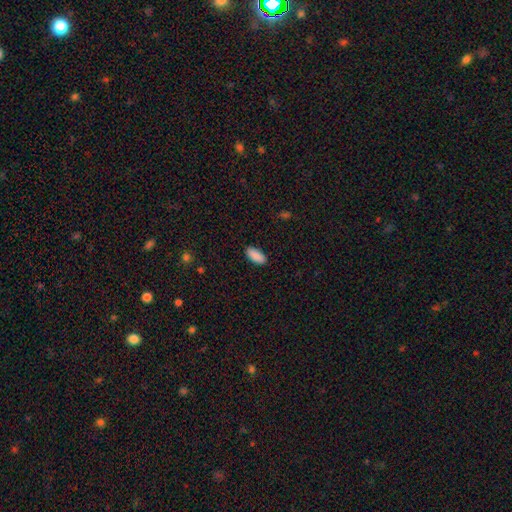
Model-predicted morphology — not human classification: Q: Smooth or featured?
A: smooth (90%); runner-up: star or artifact (6%)
Q: How rounded?
A: in between (89%); runner-up: cigar-shaped (9%)
Q: Merging?
A: none (89%); runner-up: minor disturbance (8%)